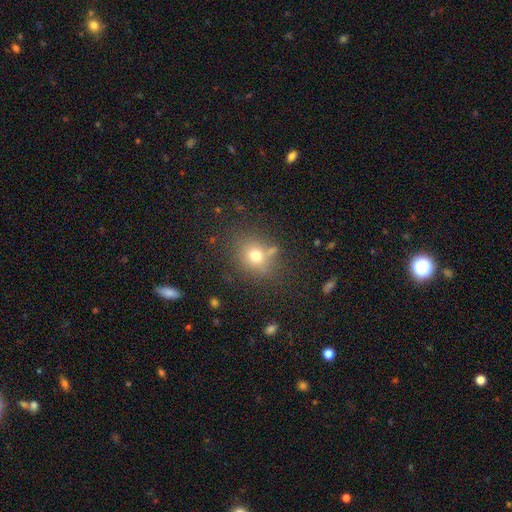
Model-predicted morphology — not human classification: smooth 71%, star or artifact 17%, featured or disk 12%. Down the decision tree: how rounded — round (71%); merging — none (73%).